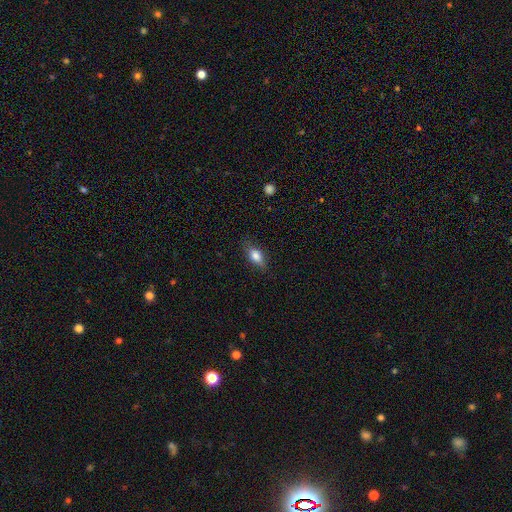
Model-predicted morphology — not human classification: smooth_or_featured: smooth (p=0.76) [alt: featured or disk p=0.16]
how_rounded: in between (p=0.80) [alt: cigar-shaped p=0.12]
merging: none (p=0.77) [alt: minor disturbance p=0.18]